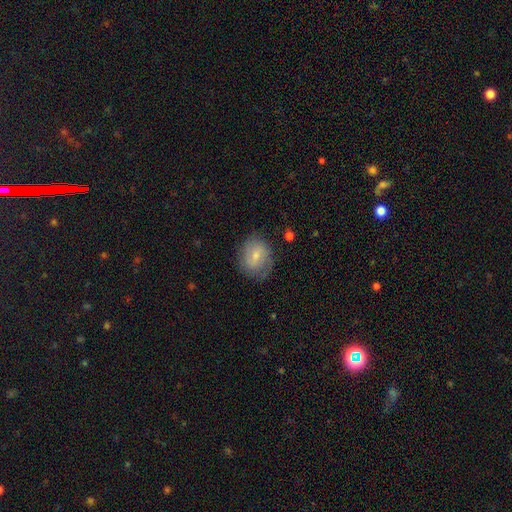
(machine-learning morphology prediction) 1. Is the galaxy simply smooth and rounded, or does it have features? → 63% smooth, 30% featured or disk, 7% star or artifact.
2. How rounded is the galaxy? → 50% in between, 49% round, 1% cigar-shaped.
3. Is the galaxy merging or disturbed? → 70% none, 21% minor disturbance, 7% major disturbance, 1% merger.